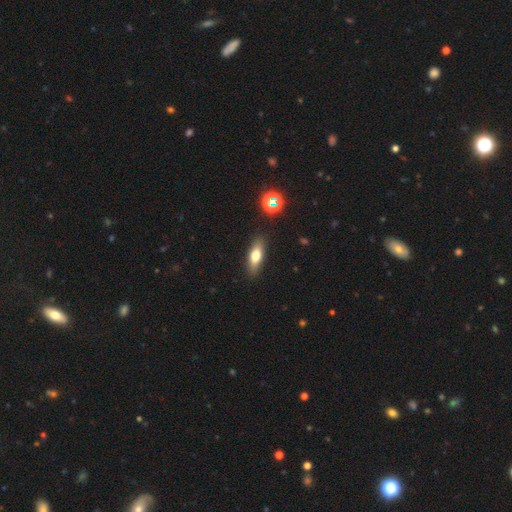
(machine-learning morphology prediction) smooth-or-featured: smooth: 68% | featured or disk: 24% | star or artifact: 9%
  how-rounded: in between: 58% | cigar-shaped: 39% | round: 4%
  merging: none: 87% | minor disturbance: 9% | major disturbance: 2% | merger: 2%